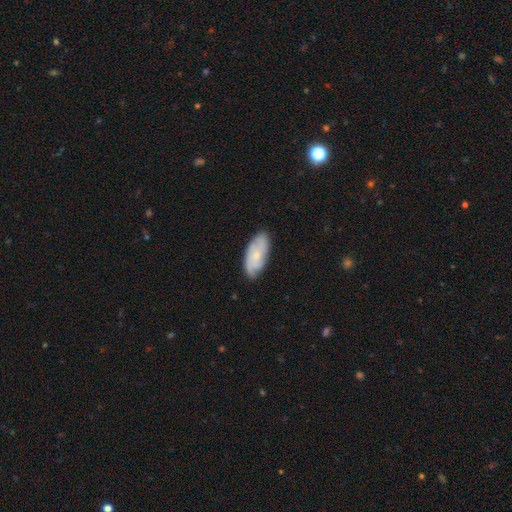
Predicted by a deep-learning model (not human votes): Morphology: type=featured or disk (50%); merging=none (79%).